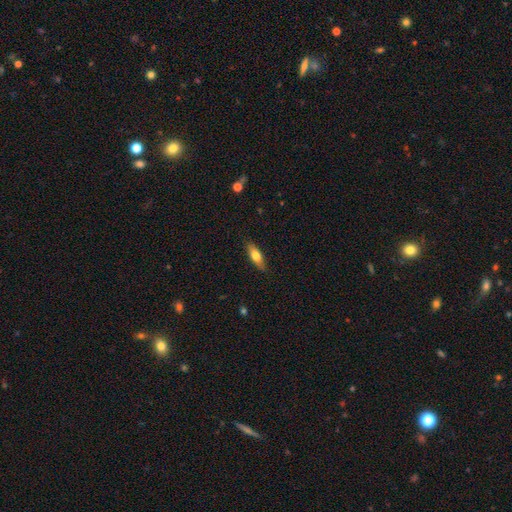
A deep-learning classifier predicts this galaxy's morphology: smooth_or_featured: smooth (p=0.66) [alt: featured or disk p=0.27]
how_rounded: in between (p=0.59) [alt: cigar-shaped p=0.38]
merging: none (p=0.85) [alt: minor disturbance p=0.12]